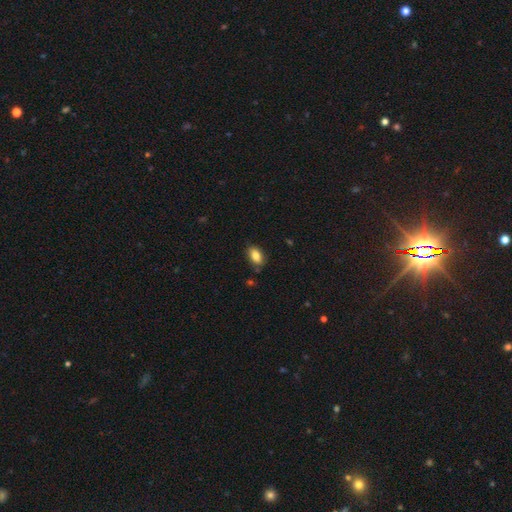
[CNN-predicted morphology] The model was most divided on "merging": none: 83%, minor disturbance: 13%, major disturbance: 2%, merger: 2%. More confident: how rounded — in between (90%); smooth or featured — smooth (84%).